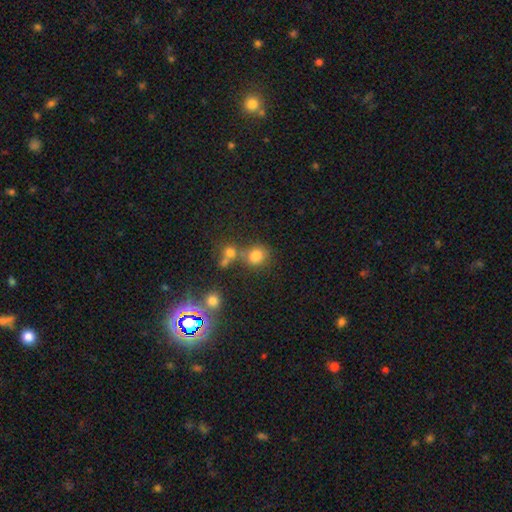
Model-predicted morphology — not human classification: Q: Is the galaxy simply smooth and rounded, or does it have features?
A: smooth — 77%.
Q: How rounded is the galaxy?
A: round — 75%.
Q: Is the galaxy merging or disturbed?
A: none — 55%.